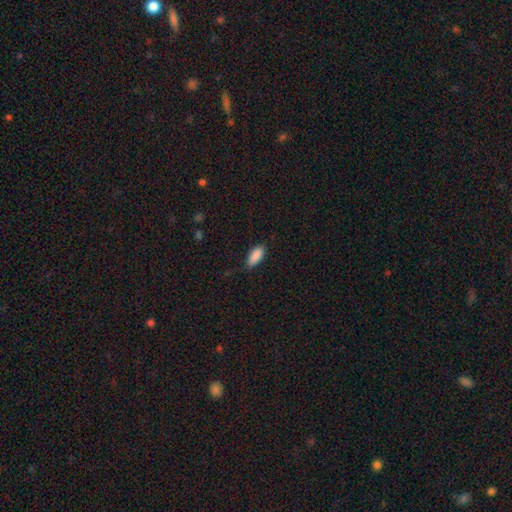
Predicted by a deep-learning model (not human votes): Smooth or featured? smooth (89%)
How rounded? in between (86%)
Merging? none (76%)